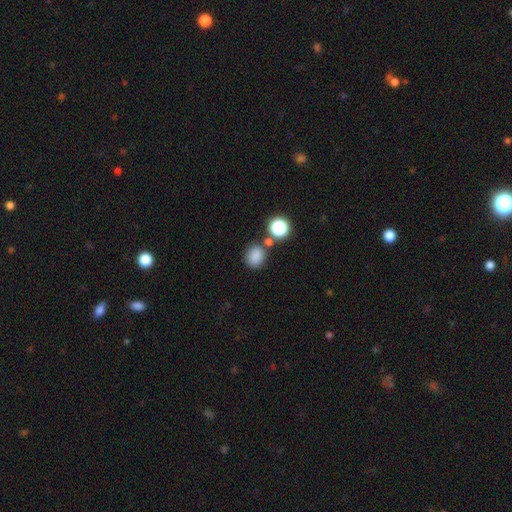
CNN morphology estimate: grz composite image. It shows a smooth galaxy with no disk features (82%) that is round (63%). Merging: none (73%).